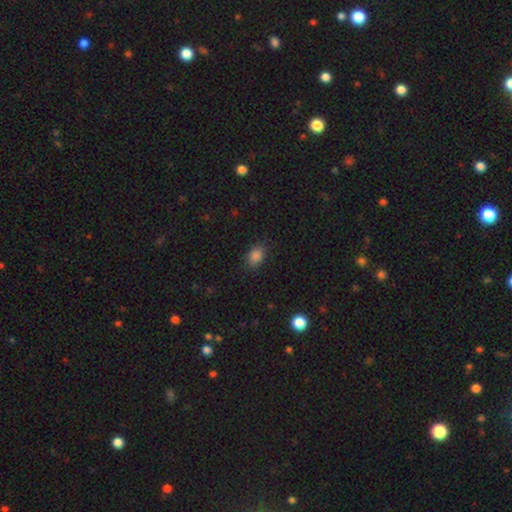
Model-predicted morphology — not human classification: Smooth or featured: smooth — 85% (star or artifact — 12%)
How rounded: in between — 76% (round — 22%)
Merging: none — 84% (minor disturbance — 12%)